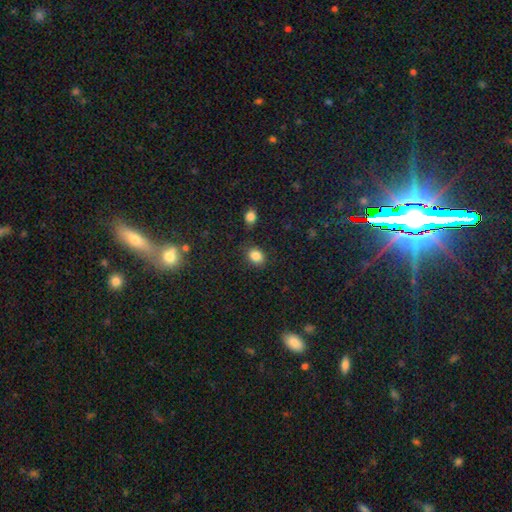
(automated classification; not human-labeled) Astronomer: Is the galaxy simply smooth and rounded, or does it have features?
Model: smooth — 84%.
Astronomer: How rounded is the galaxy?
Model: in between — 56% (runner-up: round, 43%).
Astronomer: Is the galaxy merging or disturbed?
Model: none — 81%.